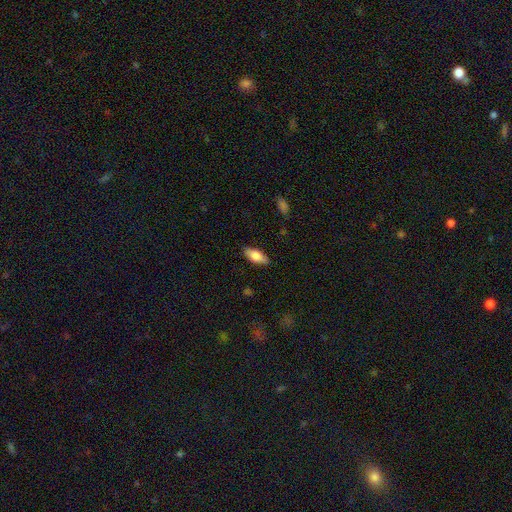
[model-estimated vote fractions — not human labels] Smooth or featured?
  - smooth: 75% *
  - featured or disk: 19%
  - star or artifact: 6%
How rounded?
  - in between: 82% *
  - cigar-shaped: 15%
  - round: 3%
Merging?
  - none: 86% *
  - minor disturbance: 11%
  - major disturbance: 2%
  - merger: 1%